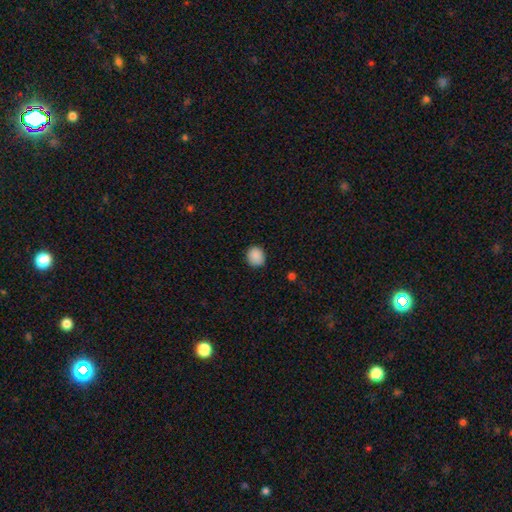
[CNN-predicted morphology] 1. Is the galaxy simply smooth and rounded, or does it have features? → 89% smooth, 8% star or artifact, 3% featured or disk.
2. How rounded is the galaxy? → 79% round, 21% in between, 1% cigar-shaped.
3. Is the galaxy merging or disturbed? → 86% none, 10% minor disturbance, 2% major disturbance, 1% merger.